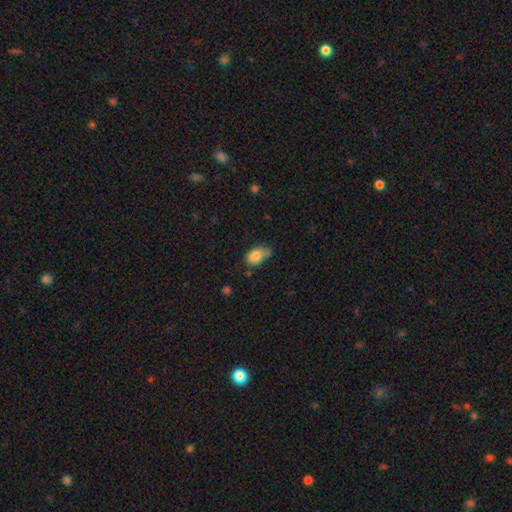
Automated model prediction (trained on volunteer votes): A smooth galaxy with no disk features (82%) that is in between round and cigar-shaped (81%). Merging: none (44%).